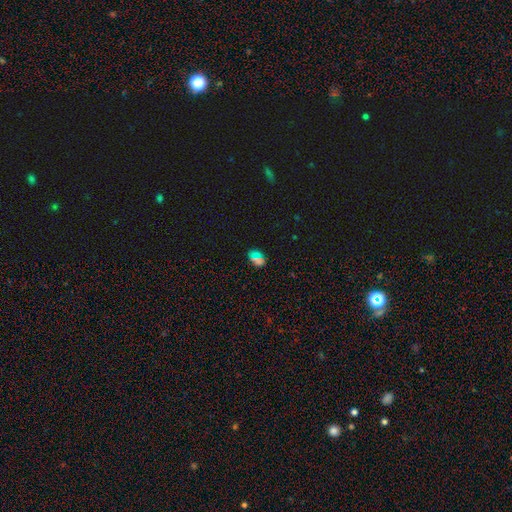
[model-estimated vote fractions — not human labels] Smooth or featured: smooth — 61% (star or artifact — 31%)
How rounded: in between — 74% (round — 22%)
Merging: none — 79% (minor disturbance — 12%)